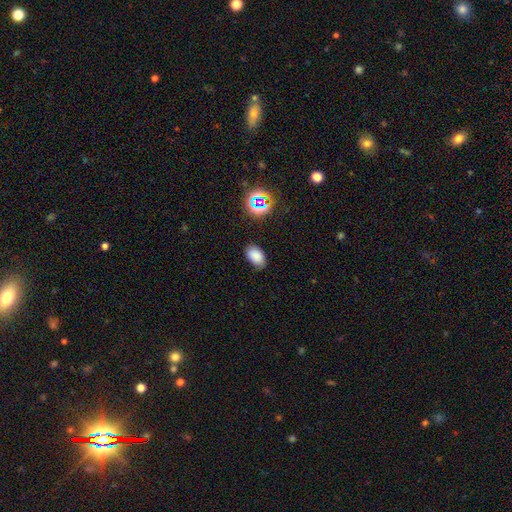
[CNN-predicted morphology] This is likely a smooth galaxy (80%). How rounded: clearly in between (90%). Merging: likely none (77%).